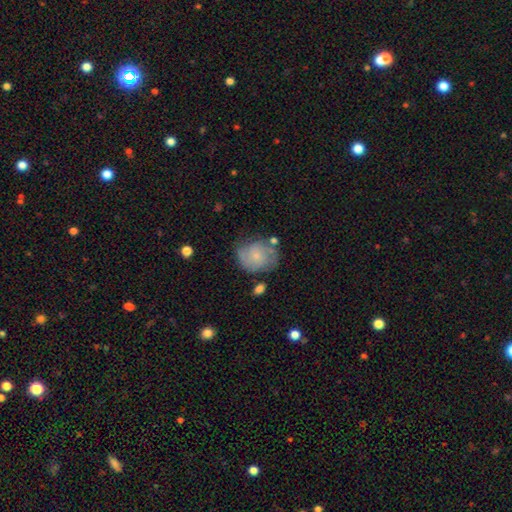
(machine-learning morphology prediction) This appears to be a featured or disk galaxy (47%). Merging: none (59%).